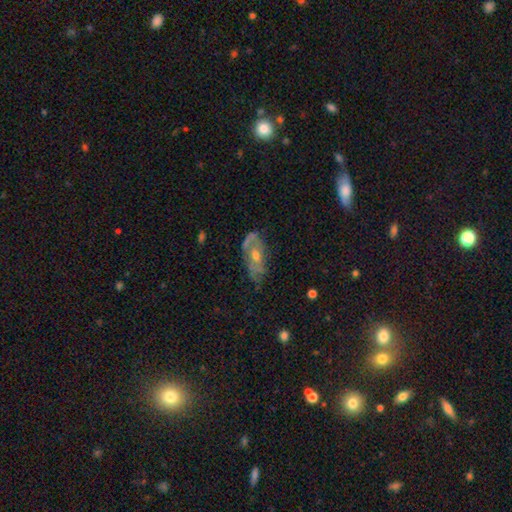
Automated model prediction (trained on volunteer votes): smooth_or_featured: featured or disk (p=0.69) [alt: smooth p=0.23]
disk_edge_on: no (p=0.89) [alt: yes p=0.11]
bar: no (p=0.72) [alt: weak p=0.23]
has_spiral_arms: yes (p=0.62) [alt: no p=0.38]
bulge_size: moderate (p=0.59) [alt: small p=0.35]
merging: none (p=0.56) [alt: minor disturbance p=0.27]